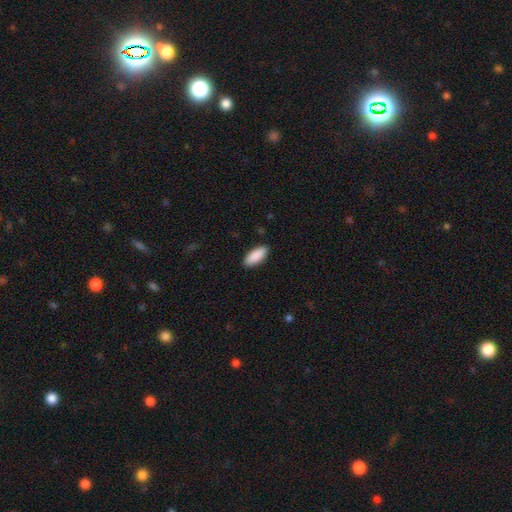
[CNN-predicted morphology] Smooth or featured?
  - smooth: 91% *
  - star or artifact: 6%
  - featured or disk: 3%
How rounded?
  - in between: 86% *
  - cigar-shaped: 13%
  - round: 2%
Merging?
  - none: 89% *
  - minor disturbance: 8%
  - major disturbance: 2%
  - merger: 1%